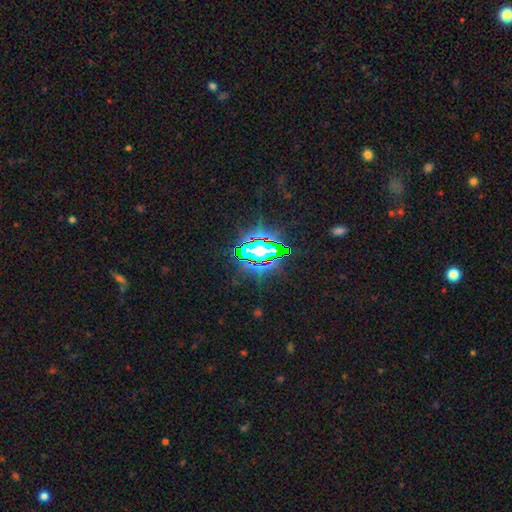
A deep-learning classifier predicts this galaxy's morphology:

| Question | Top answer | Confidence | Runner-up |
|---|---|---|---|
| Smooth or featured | star or artifact | 77% | smooth (12%) |